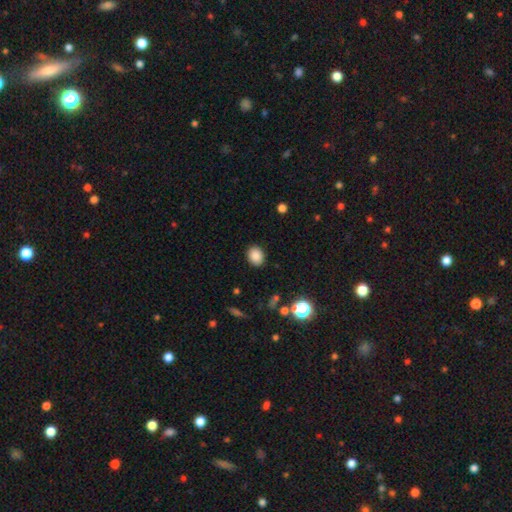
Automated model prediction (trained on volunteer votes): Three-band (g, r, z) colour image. It shows a smooth galaxy with no disk features (86%) that is round (52%). Merging: none (88%).